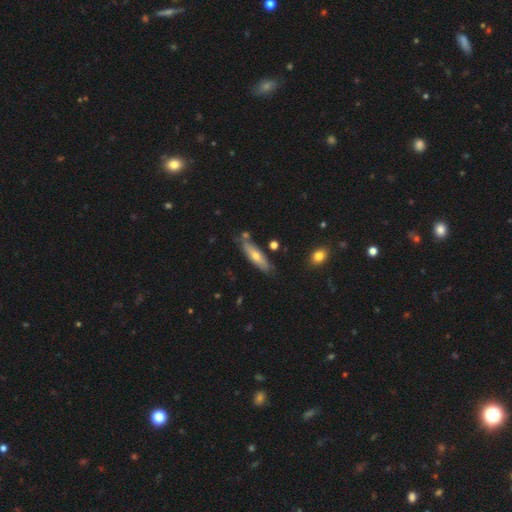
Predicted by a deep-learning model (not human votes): Morphology: type=smooth (55%); roundness=cigar-shaped (65%); merging=none (77%).